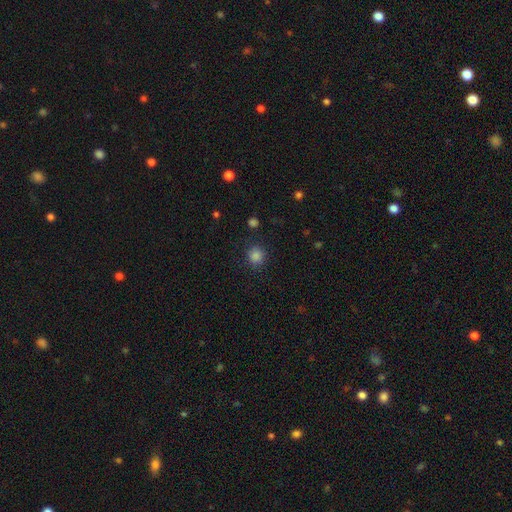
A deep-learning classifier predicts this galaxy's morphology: A smooth galaxy with no disk features (83%) that is round (90%). Merging: none (87%).